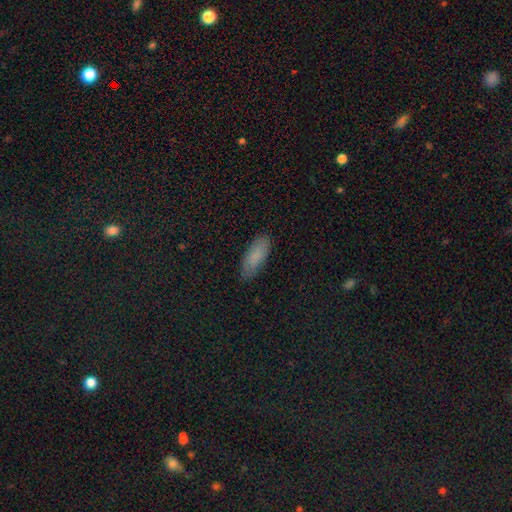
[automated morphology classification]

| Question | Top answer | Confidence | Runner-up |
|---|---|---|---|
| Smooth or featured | smooth | 81% | featured or disk (11%) |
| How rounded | in between | 75% | cigar-shaped (23%) |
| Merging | none | 83% | minor disturbance (13%) |